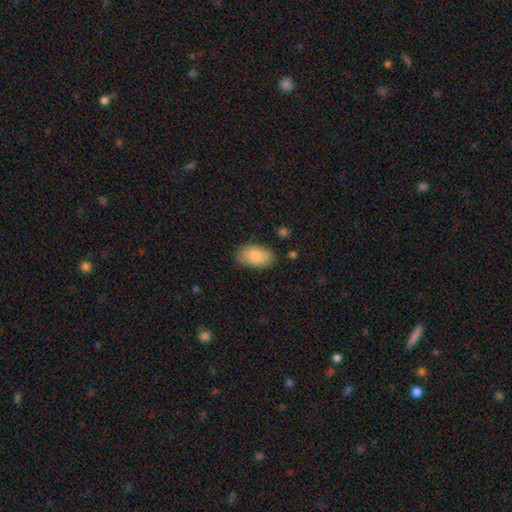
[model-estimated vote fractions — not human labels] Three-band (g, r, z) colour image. It shows a smooth galaxy with no disk features (84%) that is in between round and cigar-shaped (93%). Merging: none (78%).